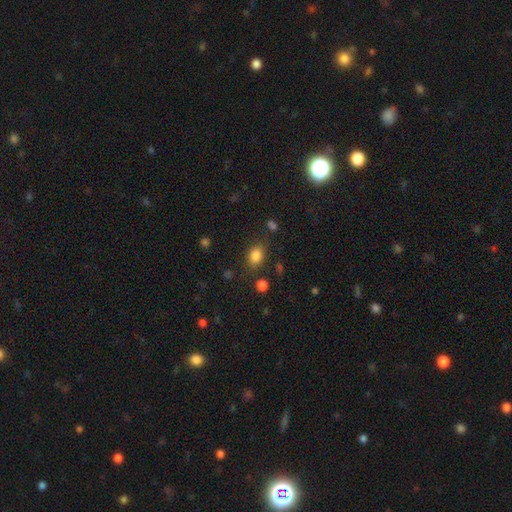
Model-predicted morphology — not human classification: Q: Smooth or featured?
A: smooth (83%); runner-up: star or artifact (11%)
Q: How rounded?
A: in between (64%); runner-up: round (35%)
Q: Merging?
A: none (77%); runner-up: minor disturbance (14%)